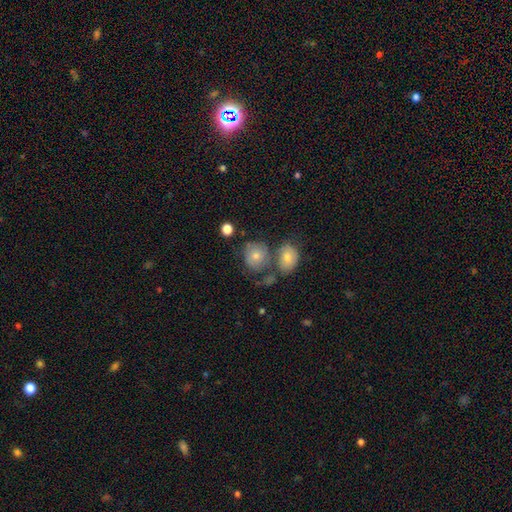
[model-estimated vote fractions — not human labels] Overall: smooth (74%). How rounded: round (75%). Merging: none (50%; merger 27%).